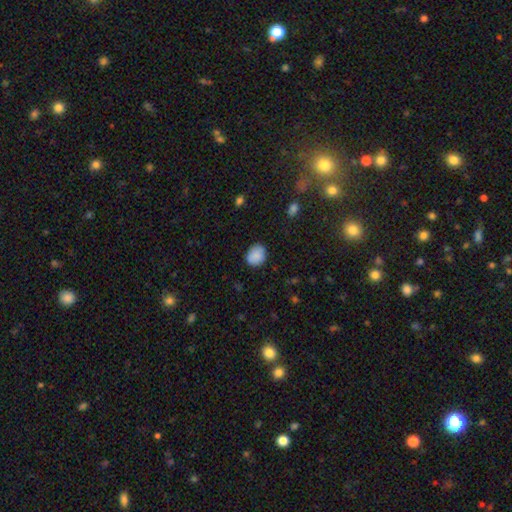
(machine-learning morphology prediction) A smooth galaxy with no disk features (87%) that is round (62%). Merging: none (81%).